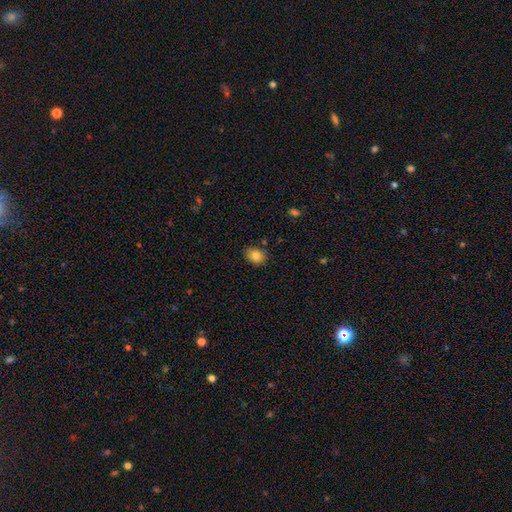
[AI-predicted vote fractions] This is clearly a smooth galaxy (83%). How rounded: possibly round (53%). Merging: clearly none (83%).